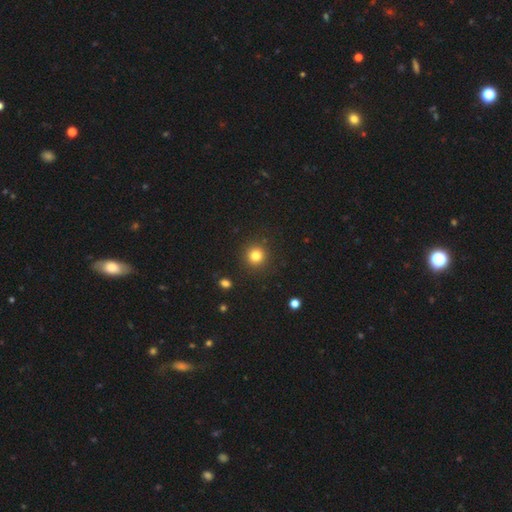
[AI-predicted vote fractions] Q: Smooth or featured?
A: smooth (82%); runner-up: star or artifact (12%)
Q: How rounded?
A: round (94%); runner-up: in between (5%)
Q: Merging?
A: none (90%); runner-up: minor disturbance (6%)